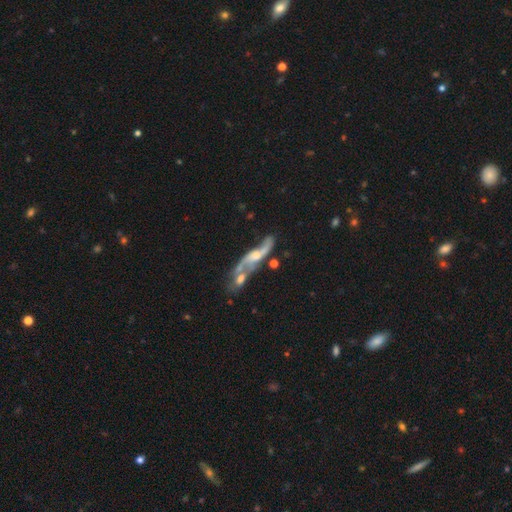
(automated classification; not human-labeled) Overall: featured or disk (79%). Edge-on disk: no (72%). Bar: no (57%; weak 33%). Spiral arms: yes (84%). Bulge size: small (42%; moderate 40%). Merging: merger (37%; none 34%).